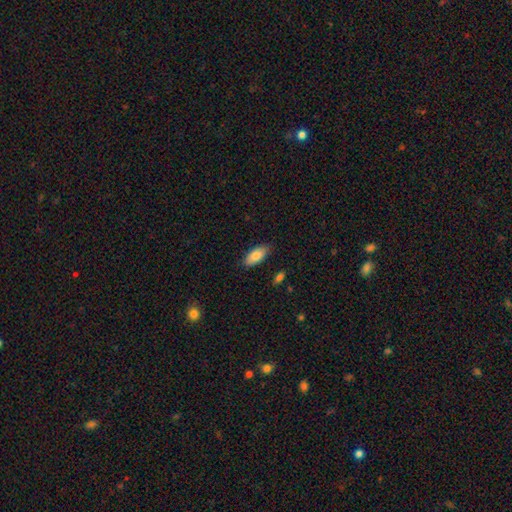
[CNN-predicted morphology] Q: Smooth or featured?
A: smooth (85%); runner-up: featured or disk (9%)
Q: How rounded?
A: in between (88%); runner-up: cigar-shaped (10%)
Q: Merging?
A: none (84%); runner-up: minor disturbance (13%)